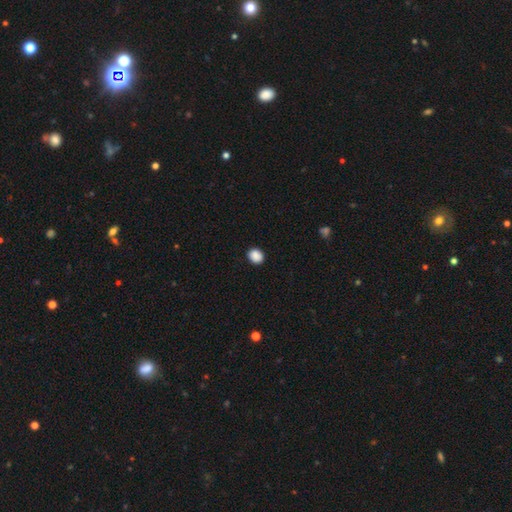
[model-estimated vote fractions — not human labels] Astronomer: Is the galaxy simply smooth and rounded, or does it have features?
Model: smooth — 89%.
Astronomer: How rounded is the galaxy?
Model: round — 57% (runner-up: in between, 42%).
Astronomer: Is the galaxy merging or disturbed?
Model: none — 88%.